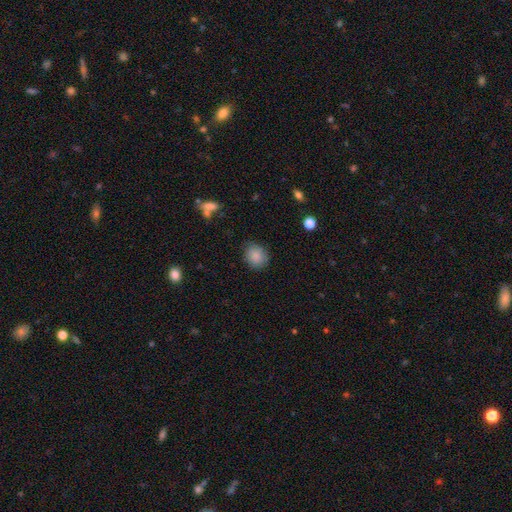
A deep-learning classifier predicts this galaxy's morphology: Smooth or featured?
  - smooth: 87% *
  - star or artifact: 8%
  - featured or disk: 5%
How rounded?
  - round: 68% *
  - in between: 31%
  - cigar-shaped: 1%
Merging?
  - none: 84% *
  - minor disturbance: 12%
  - major disturbance: 3%
  - merger: 1%